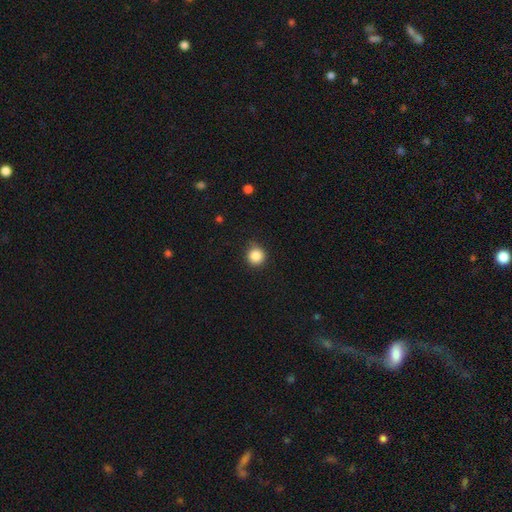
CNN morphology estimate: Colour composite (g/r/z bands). It shows a smooth galaxy with no disk features (87%) that is round (94%). Merging: none (85%).